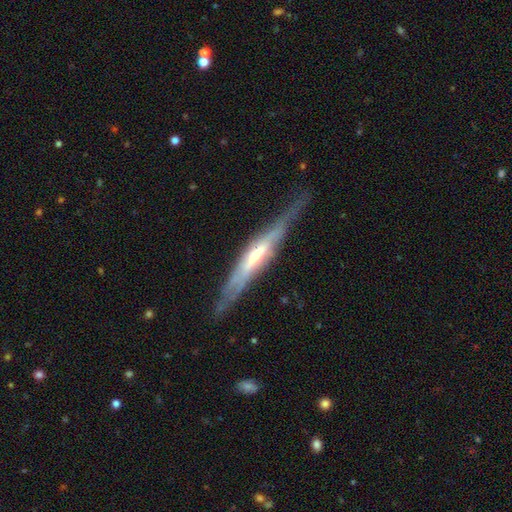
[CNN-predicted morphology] Smooth or featured?
  - featured or disk: 74% *
  - smooth: 20%
  - star or artifact: 5%
Edge-on disk?
  - yes: 88% *
  - no: 12%
Edge-on bulge?
  - rounded: 61% *
  - none: 23%
  - boxy: 16%
Merging?
  - none: 68% *
  - minor disturbance: 22%
  - major disturbance: 9%
  - merger: 2%